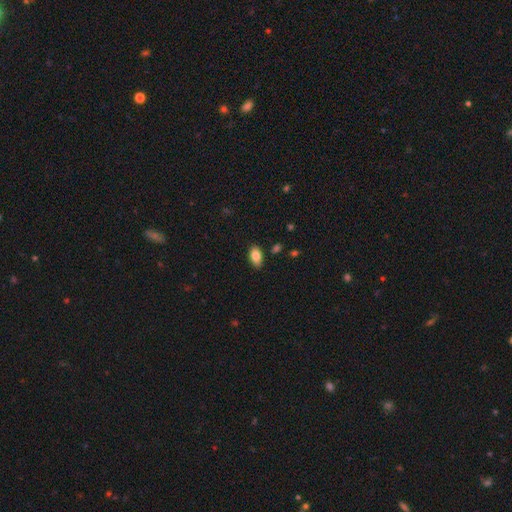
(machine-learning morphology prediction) A smooth galaxy with no disk features (83%) that is in between round and cigar-shaped (93%). Merging: none (86%).